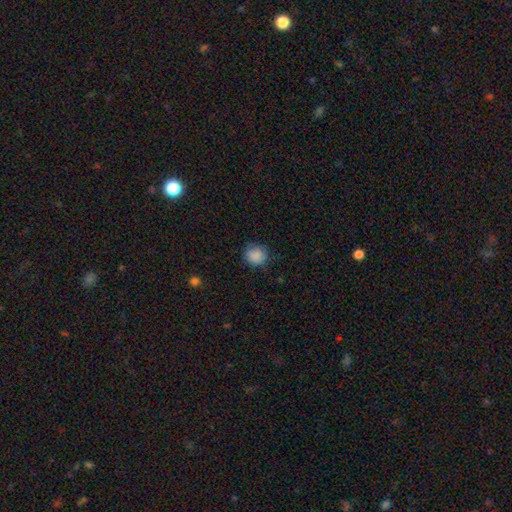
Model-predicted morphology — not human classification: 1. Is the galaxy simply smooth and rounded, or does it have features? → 86% smooth, 8% star or artifact, 5% featured or disk.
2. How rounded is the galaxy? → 89% round, 10% in between, 1% cigar-shaped.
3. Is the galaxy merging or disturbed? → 81% none, 14% minor disturbance, 4% major disturbance, 1% merger.